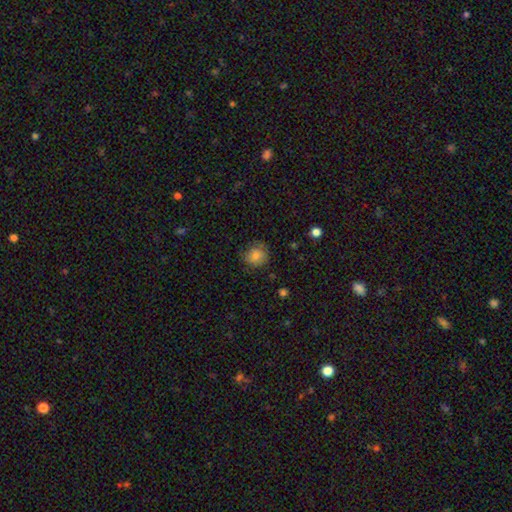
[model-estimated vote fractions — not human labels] A smooth galaxy with no disk features (79%) that is round (86%). Merging: none (76%).